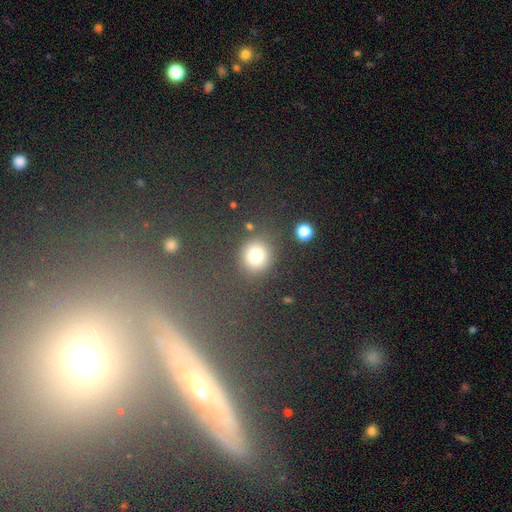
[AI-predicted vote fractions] This is likely a smooth galaxy (80%). How rounded: likely round (79%). Merging: likely none (79%).